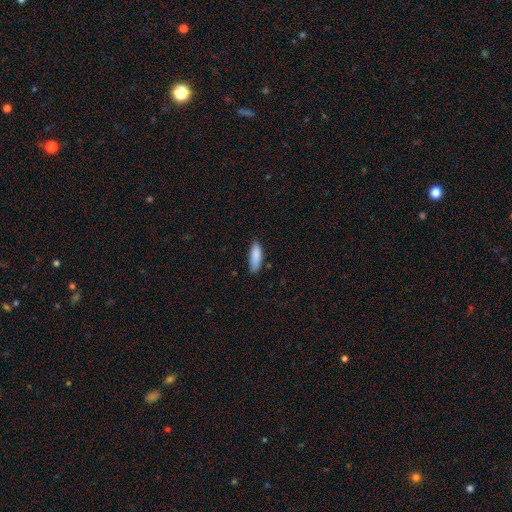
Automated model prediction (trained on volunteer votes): This is clearly a smooth galaxy (88%). How rounded: likely in between (61%). Merging: likely none (75%).